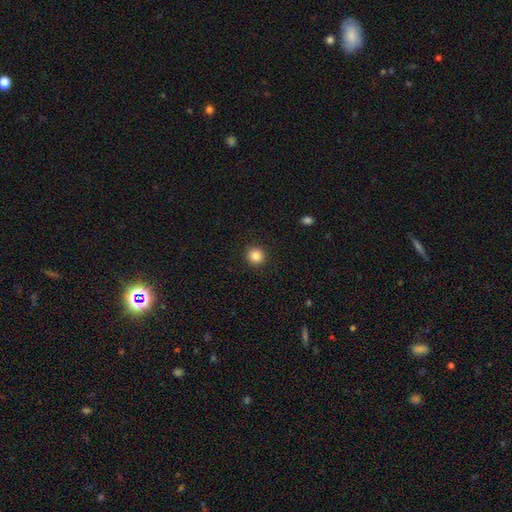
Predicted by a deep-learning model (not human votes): smooth 86%, star or artifact 10%, featured or disk 4%. Down the decision tree: how rounded — round (90%); merging — none (92%).